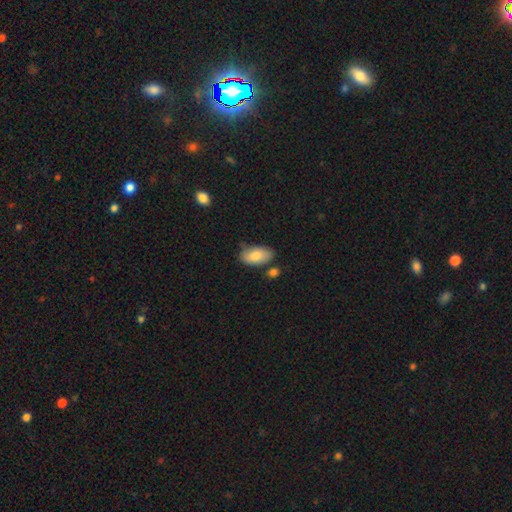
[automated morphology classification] Smooth or featured? smooth (81%)
How rounded? in between (94%)
Merging? none (67%)